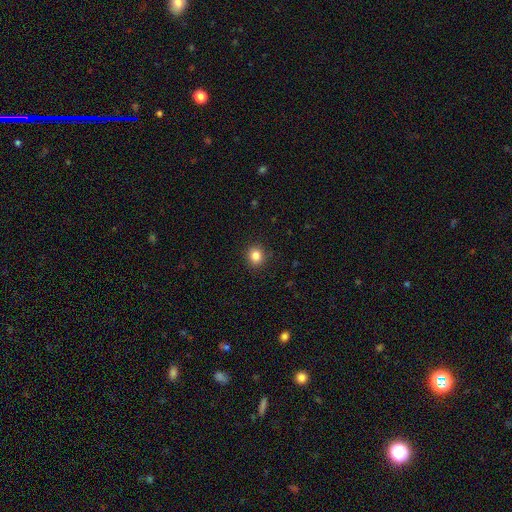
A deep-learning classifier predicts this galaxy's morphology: smooth-or-featured: smooth: 84% | star or artifact: 11% | featured or disk: 5%
  how-rounded: round: 84% | in between: 15% | cigar-shaped: 1%
  merging: none: 91% | minor disturbance: 6% | major disturbance: 2% | merger: 1%